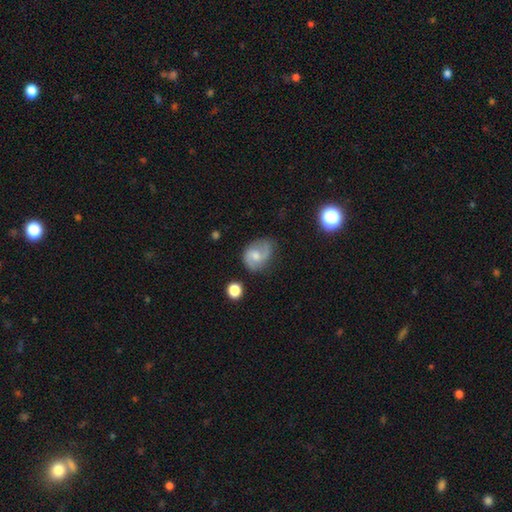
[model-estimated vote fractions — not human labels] This appears to be a featured or disk galaxy (62%) with no bar (49%), 2 (81%) medium (46%) spiral arms (90%) and a moderate central bulge (53%). Merging: none (61%).